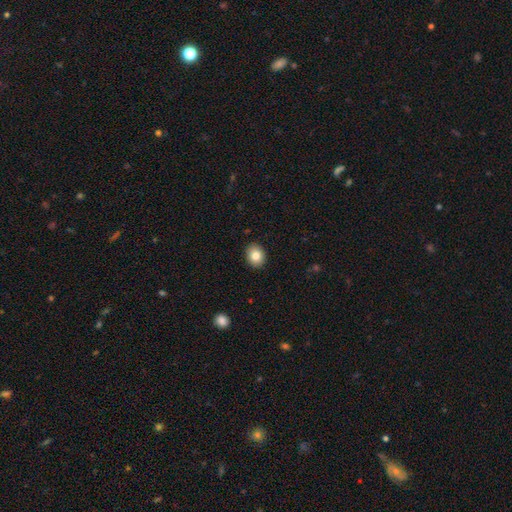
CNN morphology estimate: type=smooth (82%); roundness=round (52%); merging=none (90%).